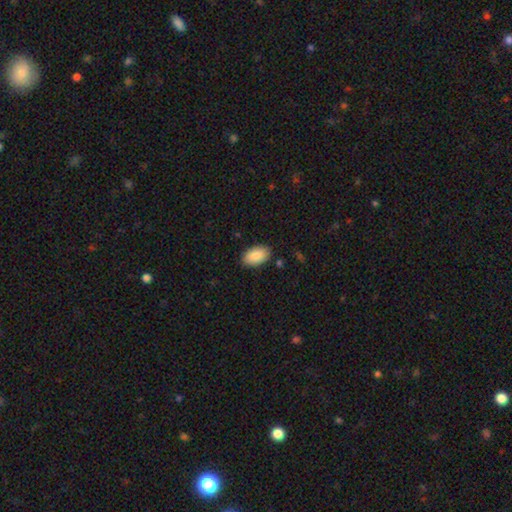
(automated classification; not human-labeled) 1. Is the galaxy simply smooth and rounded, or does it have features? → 88% smooth, 6% featured or disk, 6% star or artifact.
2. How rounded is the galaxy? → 94% in between, 4% round, 1% cigar-shaped.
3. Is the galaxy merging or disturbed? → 86% none, 11% minor disturbance, 2% major disturbance, 1% merger.